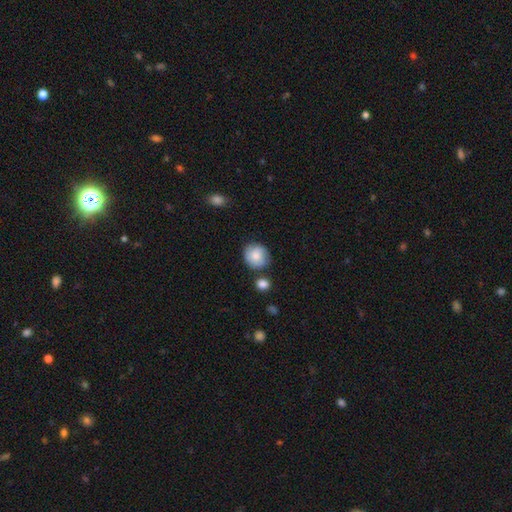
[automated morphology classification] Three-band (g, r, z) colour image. It shows a smooth galaxy with no disk features (78%) that is round (85%). Merging: none (72%).